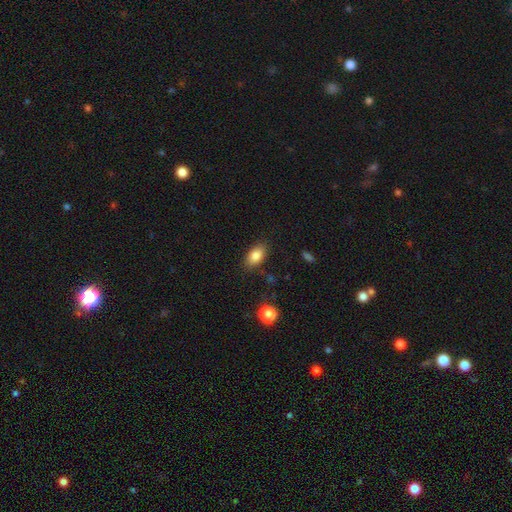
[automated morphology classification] Smooth or featured?
  - smooth: 84% *
  - star or artifact: 8%
  - featured or disk: 8%
How rounded?
  - in between: 88% *
  - round: 9%
  - cigar-shaped: 3%
Merging?
  - none: 83% *
  - minor disturbance: 12%
  - major disturbance: 3%
  - merger: 2%